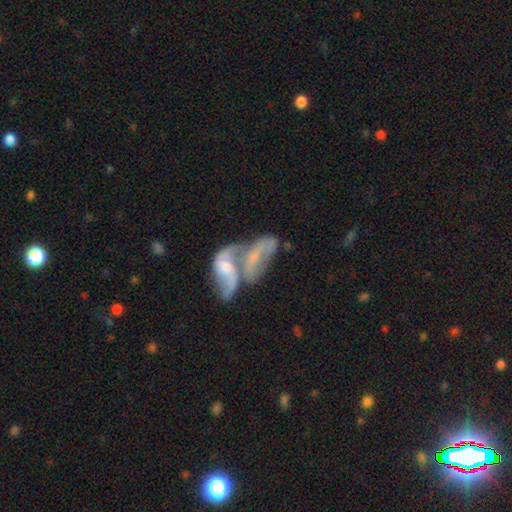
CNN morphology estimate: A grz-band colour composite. It shows a featured or disk galaxy (65%) with no bar (56%), spiral arms (69%) and a small central bulge (40%). Merging: merger (77%).